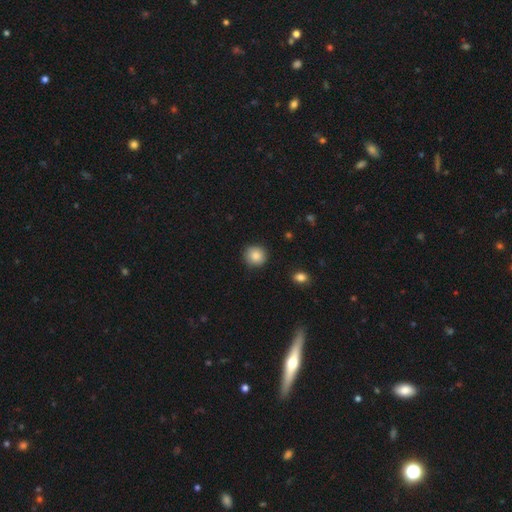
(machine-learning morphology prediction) This is clearly a smooth galaxy (87%). How rounded: clearly round (92%). Merging: clearly none (90%).